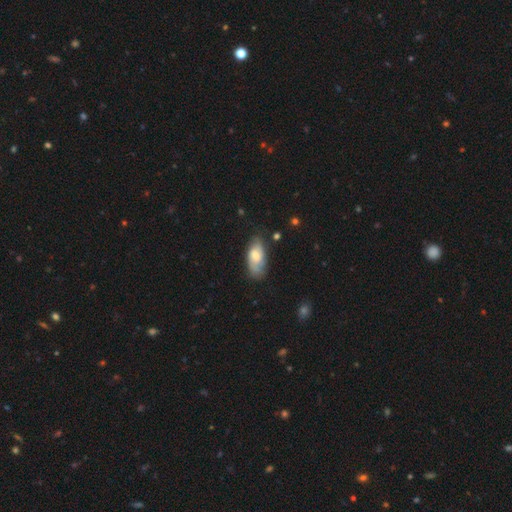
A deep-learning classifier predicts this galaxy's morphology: smooth_or_featured: smooth (p=0.56) [alt: featured or disk p=0.37]
how_rounded: in between (p=0.89) [alt: cigar-shaped p=0.08]
merging: none (p=0.63) [alt: minor disturbance p=0.27]